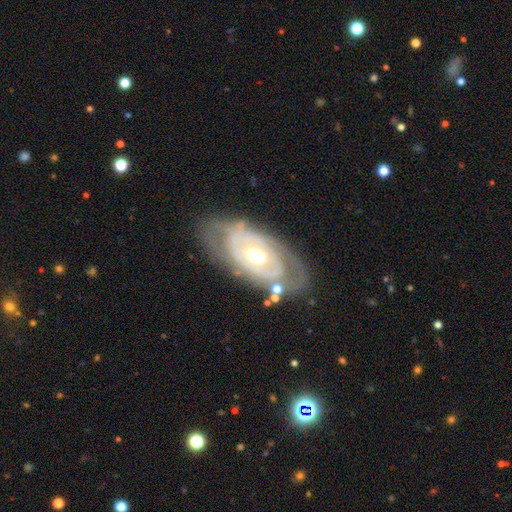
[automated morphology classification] featured or disk 78%, smooth 17%, star or artifact 5%. Down the decision tree: edge-on disk — no (91%); bar — no (69%); spiral arms — yes (57%); bulge size — moderate (71%); merging — none (69%).